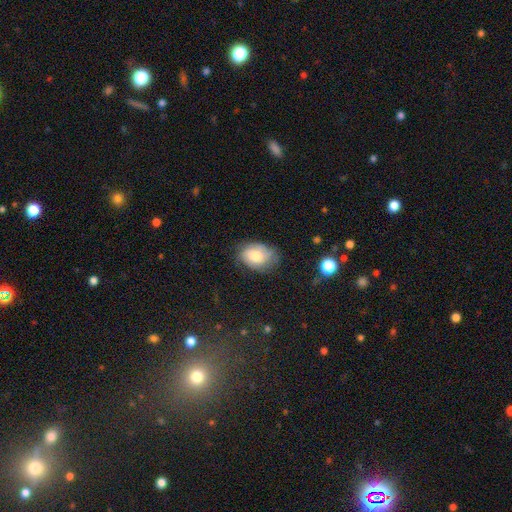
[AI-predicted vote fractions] This is likely a smooth galaxy (63%). How rounded: likely in between (79%). Merging: likely none (65%).